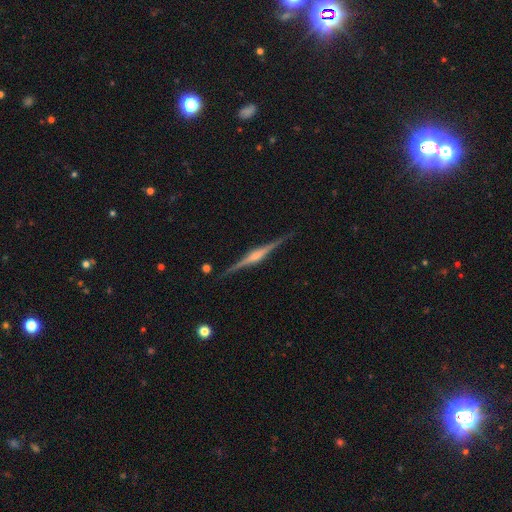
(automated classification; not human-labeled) The model was most divided on "edge-on bulge": rounded: 77%, boxy: 17%, none: 6%. More confident: edge-on disk — yes (98%); merging — none (89%); smooth or featured — featured or disk (85%).